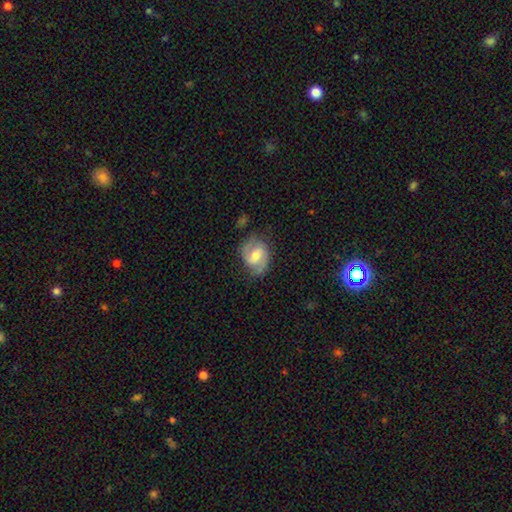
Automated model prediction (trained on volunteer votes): Morphology: type=featured or disk (72%); edge-on=no (97%); bar=weak (54%); spiral arms=yes (91%); winding=medium (51%); arm count=2 (86%); bulge=moderate (62%); merging=none (71%).